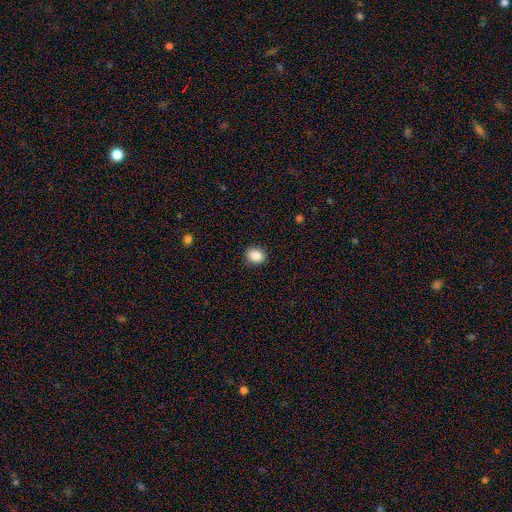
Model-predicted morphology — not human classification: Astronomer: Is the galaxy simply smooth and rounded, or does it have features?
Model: smooth — 88%.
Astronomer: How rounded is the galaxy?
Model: round — 58% (runner-up: in between, 41%).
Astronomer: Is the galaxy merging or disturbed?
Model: none — 89%.